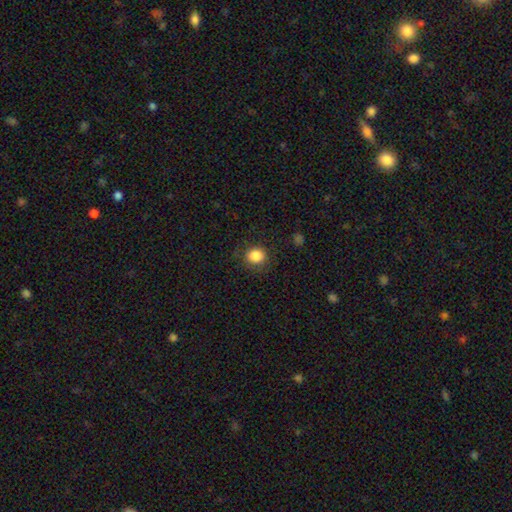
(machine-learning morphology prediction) Smooth or featured? smooth (85%)
How rounded? round (79%)
Merging? none (85%)